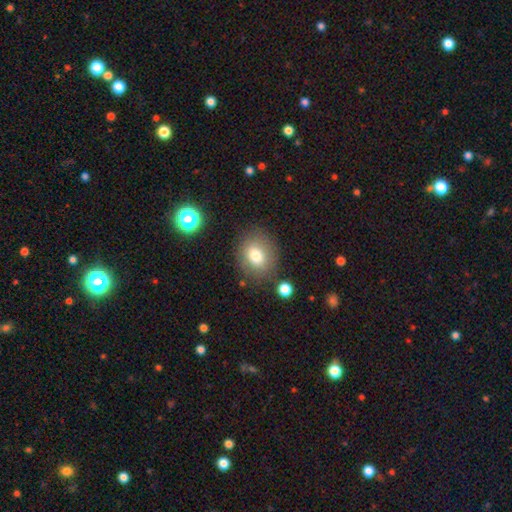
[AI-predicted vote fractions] A smooth galaxy with no disk features (77%) that is round (60%).

Vote fractions:
- Smooth or featured? smooth: 77% / featured or disk: 12% / star or artifact: 11%
- How rounded? round: 60% / in between: 39% / cigar-shaped: 1%
- Merging? none: 79% / minor disturbance: 12% / major disturbance: 4% / merger: 4%